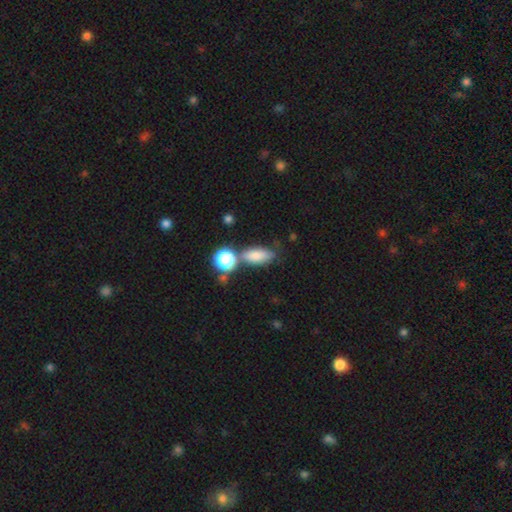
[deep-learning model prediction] Smooth or featured? Predicted: smooth (p=0.78). How rounded? Predicted: in between (p=0.75). Merging? Predicted: none (p=0.55).